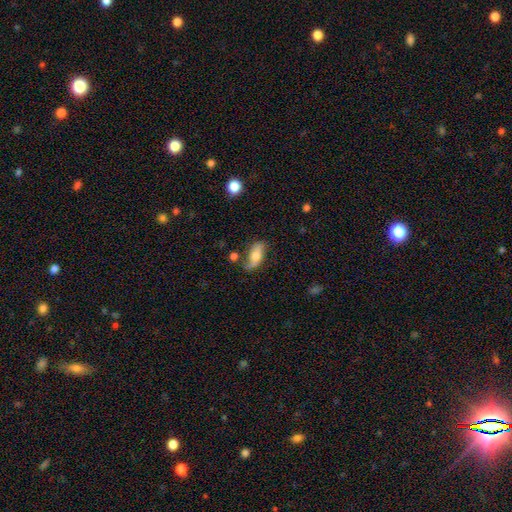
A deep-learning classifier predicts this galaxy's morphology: The model was most divided on "smooth or featured": featured or disk: 49%, smooth: 43%, star or artifact: 8%. More confident: merging — none (60%).